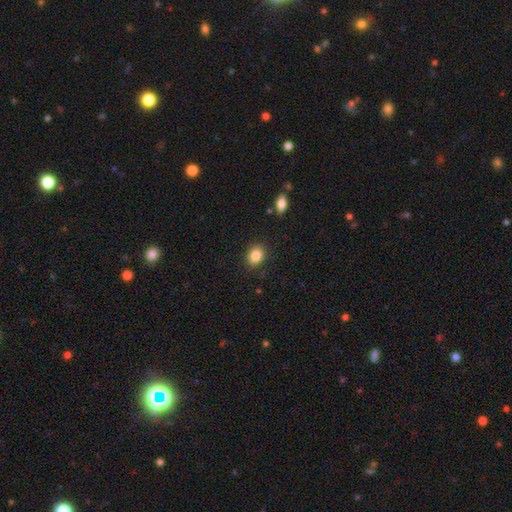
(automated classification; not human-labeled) This appears to be a smooth galaxy with no disk features (86%) that is in between round and cigar-shaped (56%). Merging: none (86%).